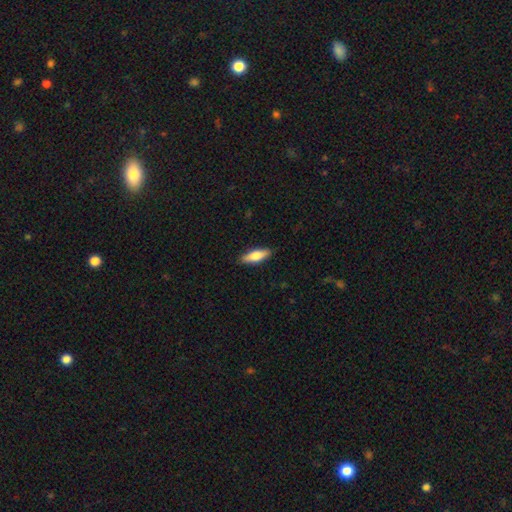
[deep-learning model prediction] A smooth galaxy with no disk features (71%) that is in between round and cigar-shaped (57%).

Vote fractions:
- Smooth or featured? smooth: 71% / featured or disk: 23% / star or artifact: 6%
- How rounded? in between: 57% / cigar-shaped: 41% / round: 2%
- Merging? none: 89% / minor disturbance: 9% / major disturbance: 2% / merger: 1%